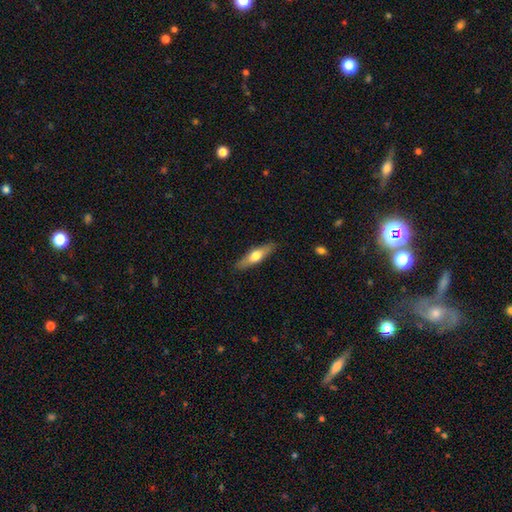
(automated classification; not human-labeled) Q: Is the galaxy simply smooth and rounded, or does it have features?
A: smooth — 48%.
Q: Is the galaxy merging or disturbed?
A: none — 88%.